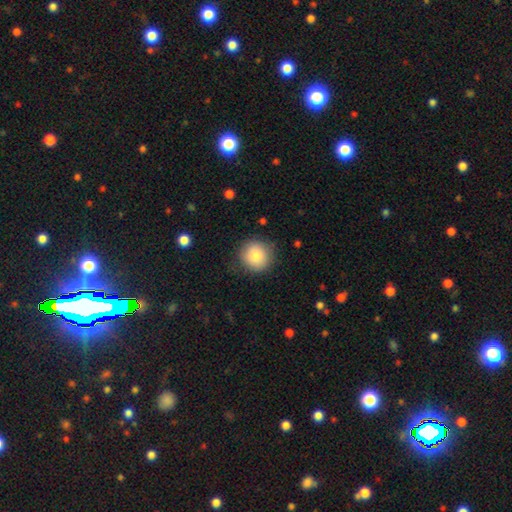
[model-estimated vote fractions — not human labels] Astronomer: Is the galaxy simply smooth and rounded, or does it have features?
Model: smooth — 84%.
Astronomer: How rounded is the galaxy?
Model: round — 93%.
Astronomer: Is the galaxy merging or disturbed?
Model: none — 83%.